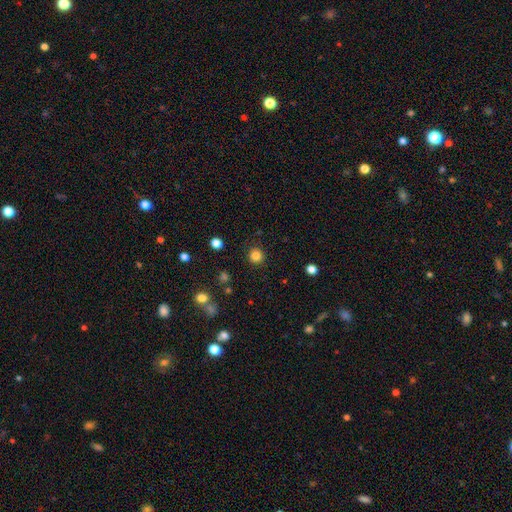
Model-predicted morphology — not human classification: Q: Smooth or featured?
A: smooth (84%); runner-up: star or artifact (13%)
Q: How rounded?
A: round (94%); runner-up: in between (5%)
Q: Merging?
A: none (90%); runner-up: minor disturbance (6%)